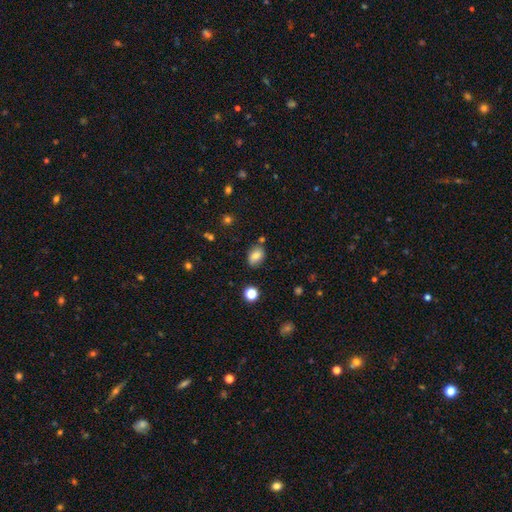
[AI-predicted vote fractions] Smooth or featured? smooth (78%)
How rounded? in between (77%)
Merging? none (77%)